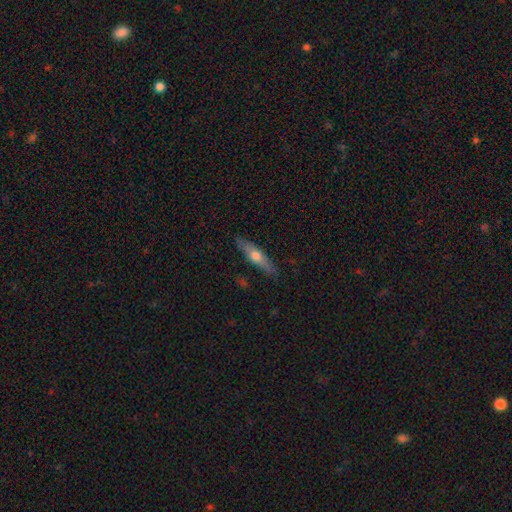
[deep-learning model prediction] A featured or disk galaxy (51%) viewed edge-on (87%).

Vote fractions:
- Smooth or featured? featured or disk: 51% / smooth: 43% / star or artifact: 6%
- Edge-on disk? yes: 87% / no: 13%
- Merging? none: 88% / minor disturbance: 9% / major disturbance: 2% / merger: 1%